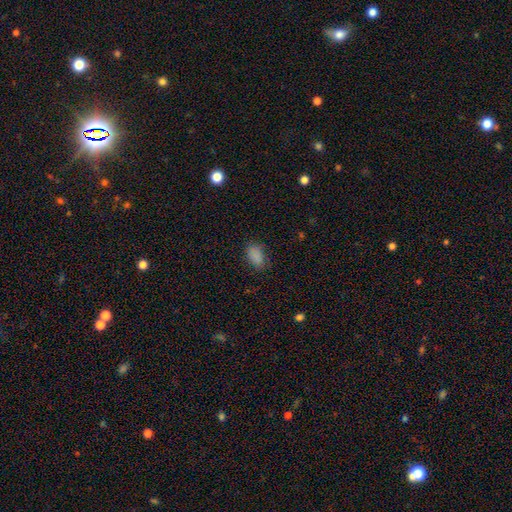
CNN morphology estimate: This is clearly a smooth galaxy (85%). How rounded: clearly in between (89%). Merging: likely none (75%).